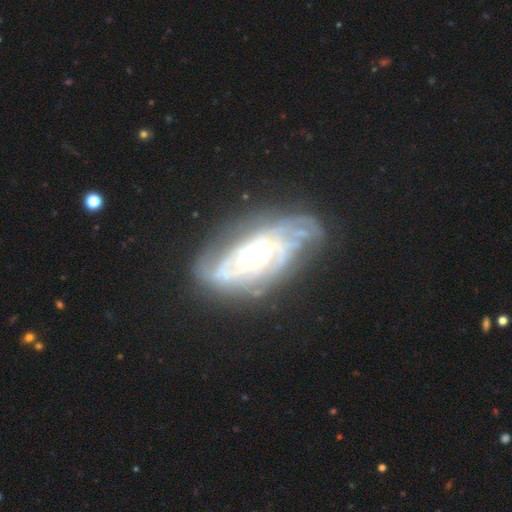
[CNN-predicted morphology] Smooth or featured? Predicted: featured or disk (p=0.85). Edge-on disk? Predicted: no (p=0.93). Bar? Predicted: no (p=0.68). Spiral arms? Predicted: yes (p=0.93). Spiral winding? Predicted: tight (p=0.67). Spiral arm count? Predicted: can't tell (p=0.40). Bulge size? Predicted: small (p=0.47). Merging? Predicted: none (p=0.66).